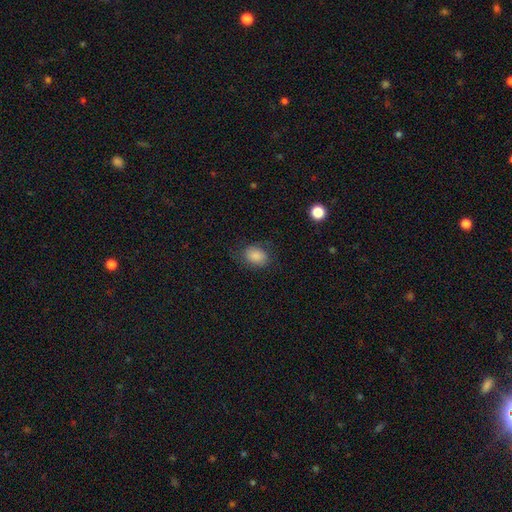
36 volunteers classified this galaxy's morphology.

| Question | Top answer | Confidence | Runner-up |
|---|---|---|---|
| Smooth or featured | smooth | 89% | featured or disk (11%) |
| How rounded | in between | 75% | round (25%) |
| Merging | none | 72% | minor disturbance (25%) |